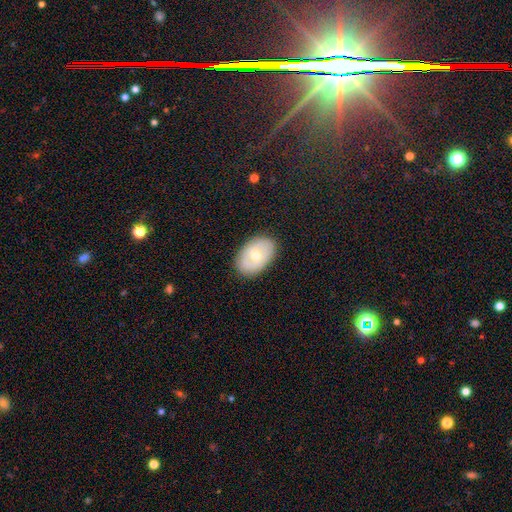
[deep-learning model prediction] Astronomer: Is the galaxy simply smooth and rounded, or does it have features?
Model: smooth — 50% (runner-up: featured or disk, 43%).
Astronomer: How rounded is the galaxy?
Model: in between — 84%.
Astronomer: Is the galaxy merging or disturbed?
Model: none — 85%.